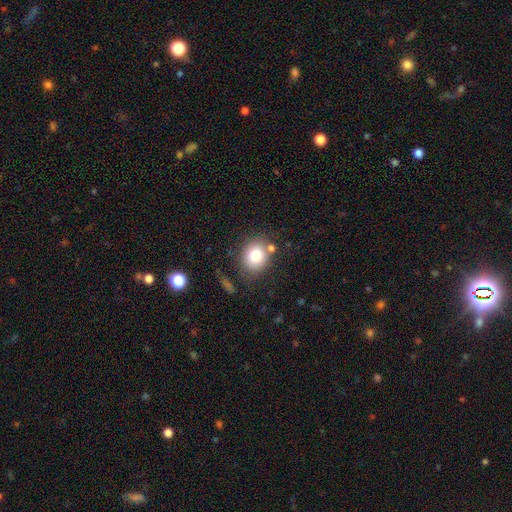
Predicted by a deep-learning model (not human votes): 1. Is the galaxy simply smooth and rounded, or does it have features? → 80% smooth, 10% featured or disk, 10% star or artifact.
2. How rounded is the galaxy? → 67% round, 32% in between, 1% cigar-shaped.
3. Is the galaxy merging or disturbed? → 71% none, 15% minor disturbance, 9% merger, 5% major disturbance.